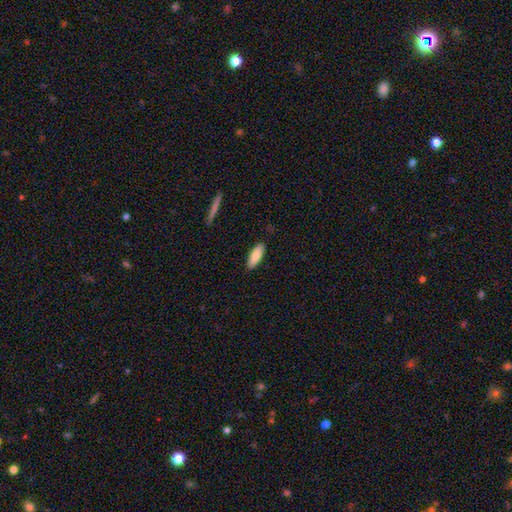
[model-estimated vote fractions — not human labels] This is clearly a smooth galaxy (83%). How rounded: likely in between (66%). Merging: clearly none (89%).